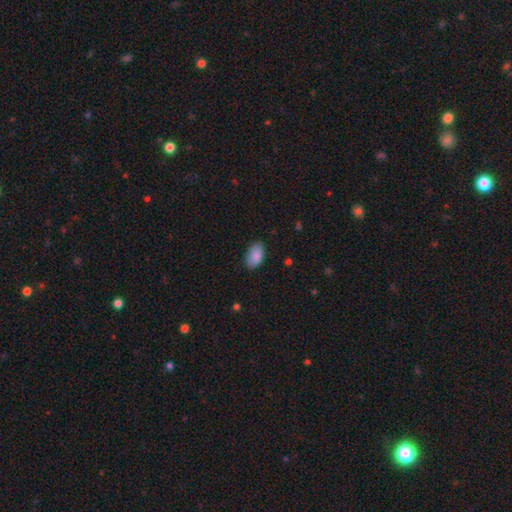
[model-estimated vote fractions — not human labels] Smooth or featured? Predicted: smooth (p=0.87). How rounded? Predicted: in between (p=0.94). Merging? Predicted: none (p=0.82).